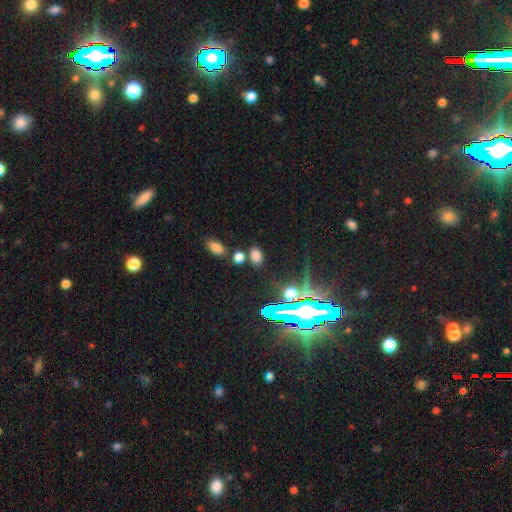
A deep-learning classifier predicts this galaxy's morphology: type=smooth (72%); roundness=in between (81%); merging=none (73%).